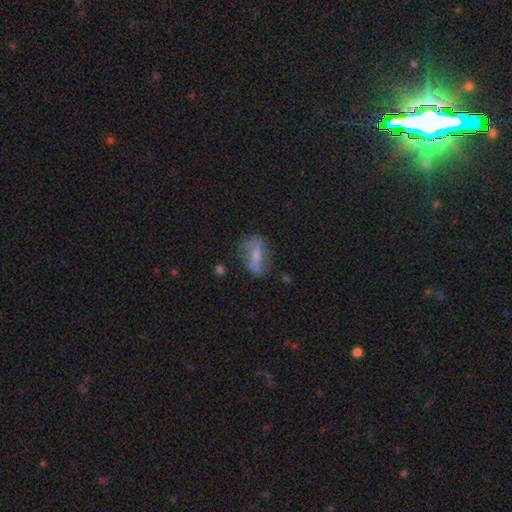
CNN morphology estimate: This is possibly a featured or disk galaxy (59%). It is clearly not viewed edge-on (81%). Merging: possibly none (60%).